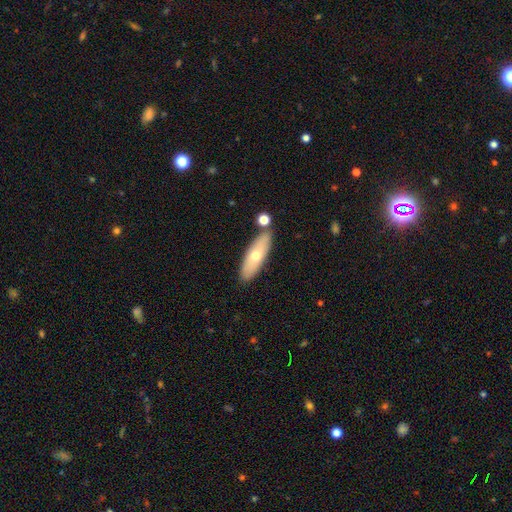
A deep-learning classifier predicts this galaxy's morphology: smooth-or-featured: smooth: 57% | featured or disk: 36% | star or artifact: 7%
  how-rounded: in between: 50% | cigar-shaped: 47% | round: 3%
  merging: none: 83% | minor disturbance: 10% | merger: 6% | major disturbance: 2%